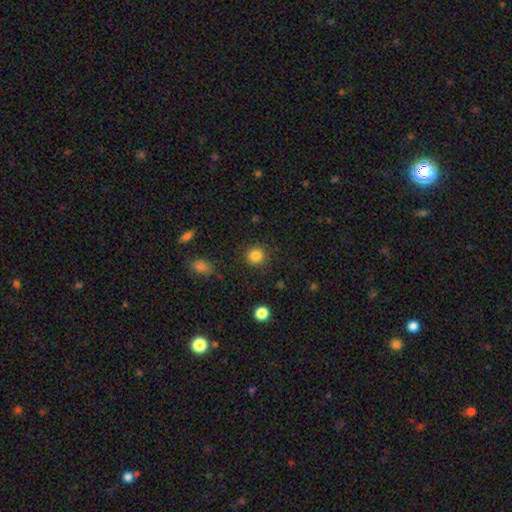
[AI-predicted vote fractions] This is clearly a smooth galaxy (85%). How rounded: clearly round (92%). Merging: clearly none (89%).